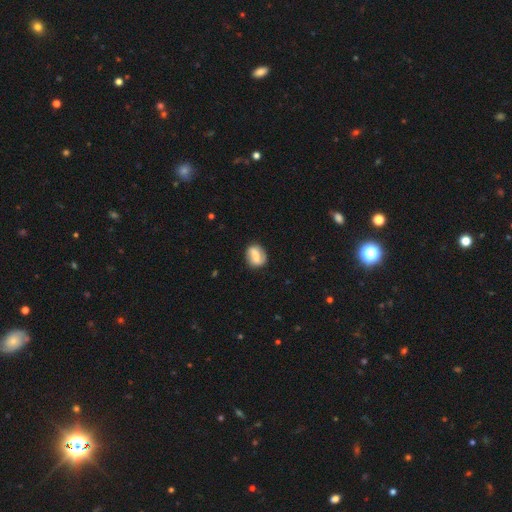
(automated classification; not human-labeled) smooth-or-featured: featured or disk: 48% | smooth: 45% | star or artifact: 8%
  merging: none: 79% | minor disturbance: 15% | major disturbance: 5% | merger: 2%